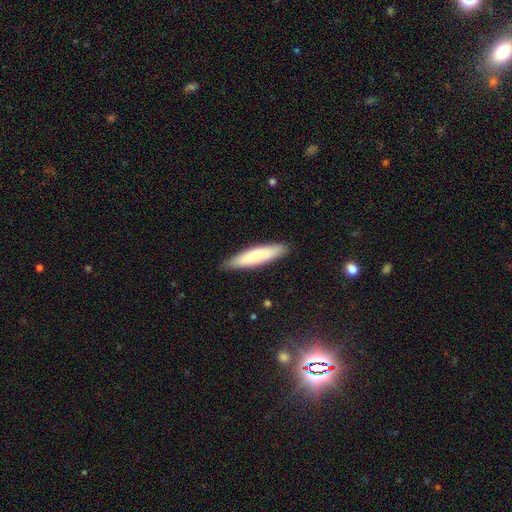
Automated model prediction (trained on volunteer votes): This is likely a smooth galaxy (69%). How rounded: likely cigar-shaped (78%). Merging: clearly none (88%).